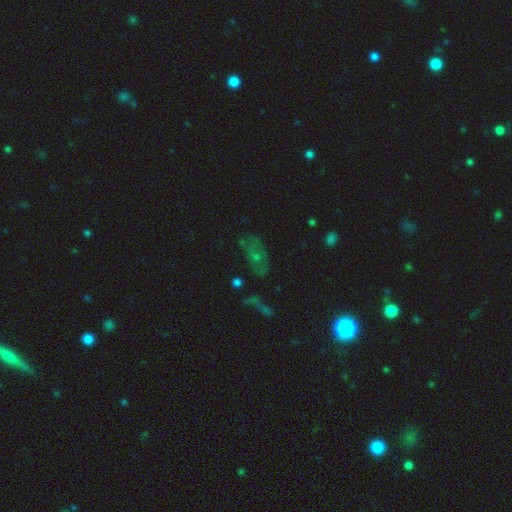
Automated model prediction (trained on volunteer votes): Smooth or featured? smooth (36%)
Merging? none (52%)